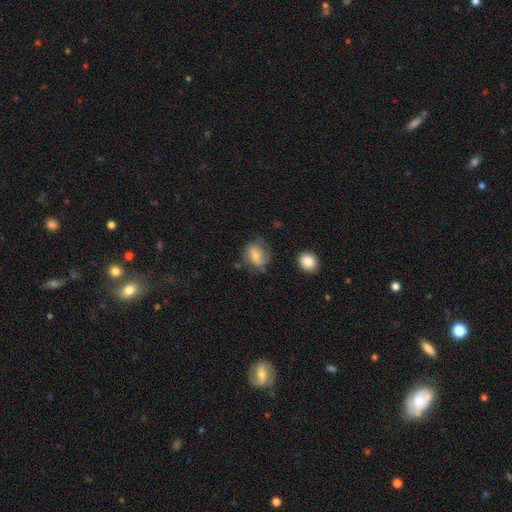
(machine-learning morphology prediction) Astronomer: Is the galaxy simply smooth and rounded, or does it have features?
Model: smooth — 55% (runner-up: featured or disk, 36%).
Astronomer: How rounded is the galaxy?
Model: in between — 52% (runner-up: round, 47%).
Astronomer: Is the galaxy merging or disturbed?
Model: none — 57%.